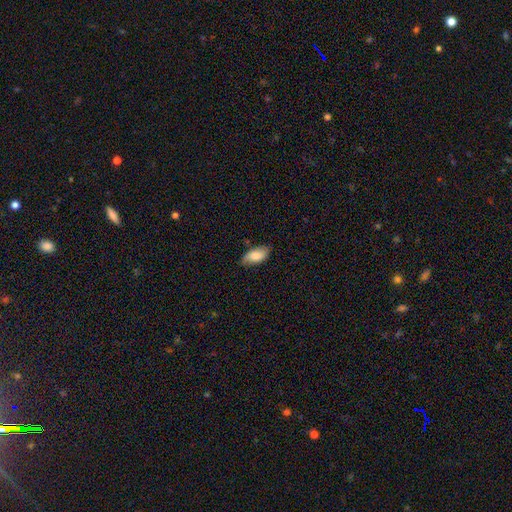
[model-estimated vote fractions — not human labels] smooth 77%, featured or disk 16%, star or artifact 7%. Down the decision tree: how rounded — in between (93%); merging — none (68%).